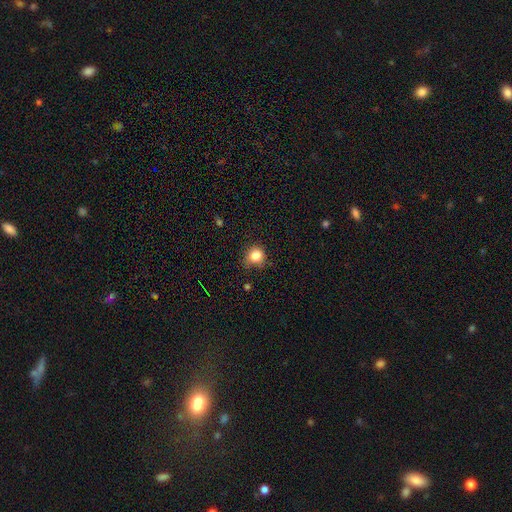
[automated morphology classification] Smooth or featured? smooth (83%)
How rounded? round (80%)
Merging? none (70%)